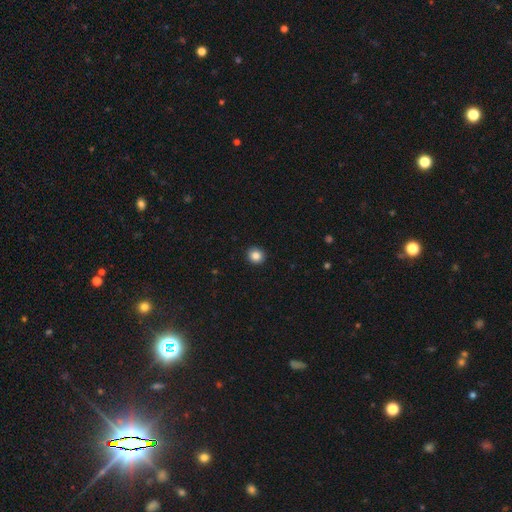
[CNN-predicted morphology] smooth-or-featured: smooth: 85% | star or artifact: 10% | featured or disk: 5%
  how-rounded: round: 92% | in between: 7% | cigar-shaped: 1%
  merging: none: 93% | minor disturbance: 4% | major disturbance: 1% | merger: 1%